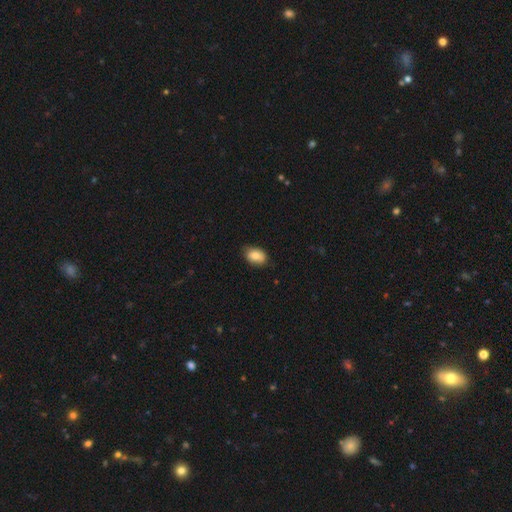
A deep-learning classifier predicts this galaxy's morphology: A smooth galaxy with no disk features (81%) that is in between round and cigar-shaped (84%). Merging: none (79%).